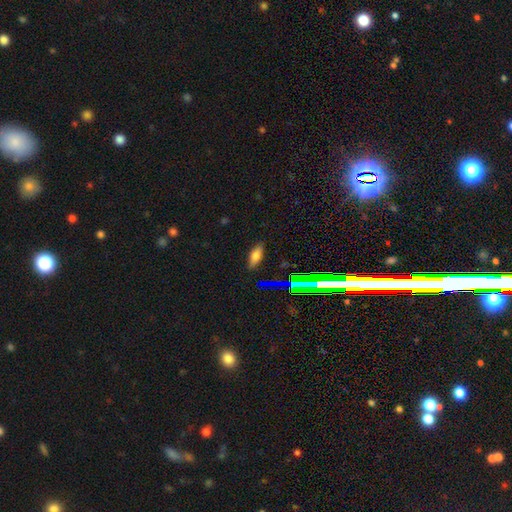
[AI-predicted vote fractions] Smooth or featured? Predicted: smooth (p=0.71). How rounded? Predicted: in between (p=0.74). Merging? Predicted: none (p=0.85).